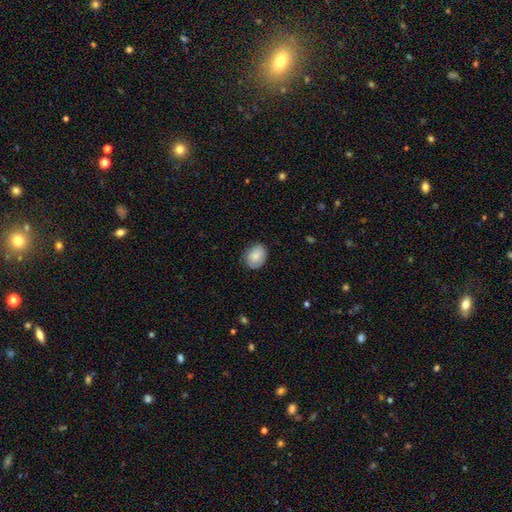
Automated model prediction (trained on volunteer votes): A smooth galaxy with no disk features (81%) that is in between round and cigar-shaped (55%).

Vote fractions:
- Smooth or featured? smooth: 81% / featured or disk: 12% / star or artifact: 7%
- How rounded? in between: 55% / round: 44% / cigar-shaped: 1%
- Merging? none: 78% / minor disturbance: 17% / major disturbance: 3% / merger: 1%